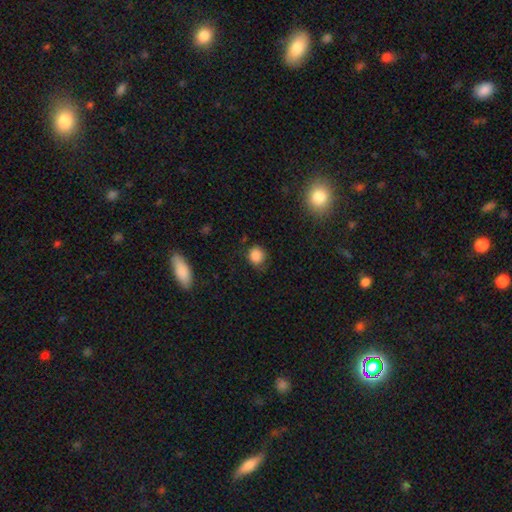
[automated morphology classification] This is clearly a smooth galaxy (85%). How rounded: likely round (79%). Merging: likely none (69%).